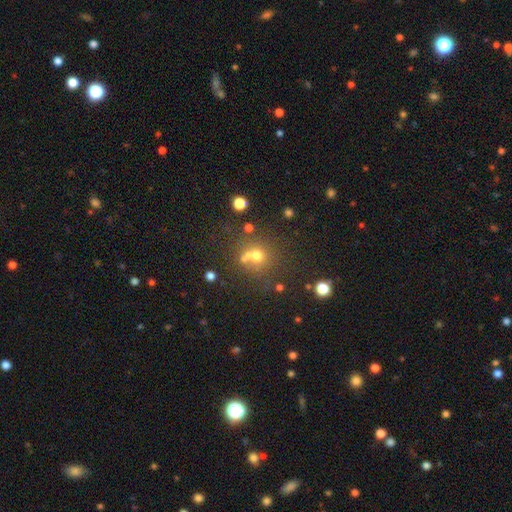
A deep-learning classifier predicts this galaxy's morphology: Smooth or featured?
  - smooth: 63% *
  - star or artifact: 23%
  - featured or disk: 15%
How rounded?
  - round: 86% *
  - in between: 13%
  - cigar-shaped: 1%
Merging?
  - none: 54% *
  - merger: 29%
  - minor disturbance: 11%
  - major disturbance: 6%